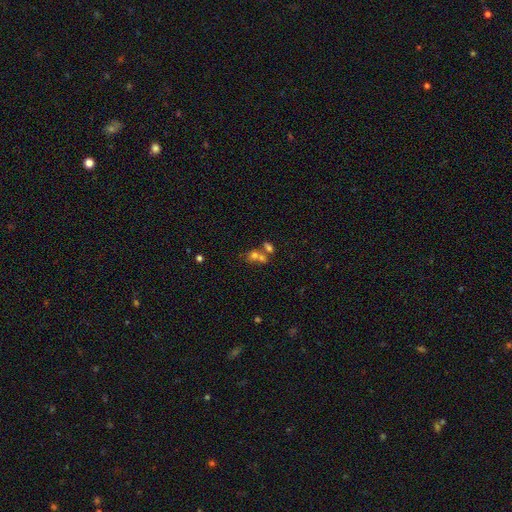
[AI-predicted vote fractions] Smooth or featured: smooth — 54% (star or artifact — 23%)
How rounded: round — 59% (in between — 38%)
Merging: merger — 54% (none — 35%)